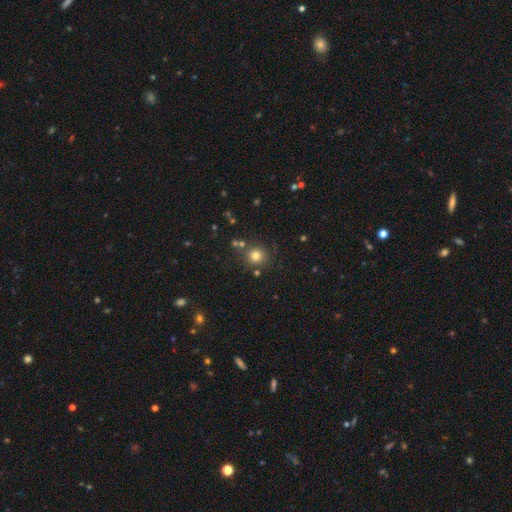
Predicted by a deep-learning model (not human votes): A smooth galaxy with no disk features (78%) that is round (92%). Merging: none (80%).